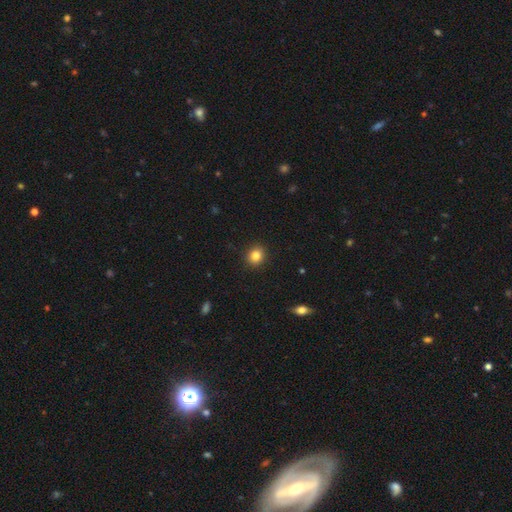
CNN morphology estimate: Smooth or featured: smooth — 83% (star or artifact — 11%)
How rounded: round — 81% (in between — 18%)
Merging: none — 91% (minor disturbance — 6%)